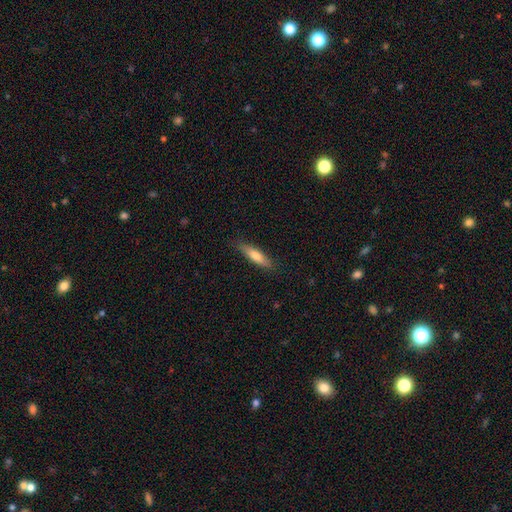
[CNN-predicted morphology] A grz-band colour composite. It shows a smooth galaxy with no disk features (71%) that is cigar-shaped (74%). Merging: none (84%).